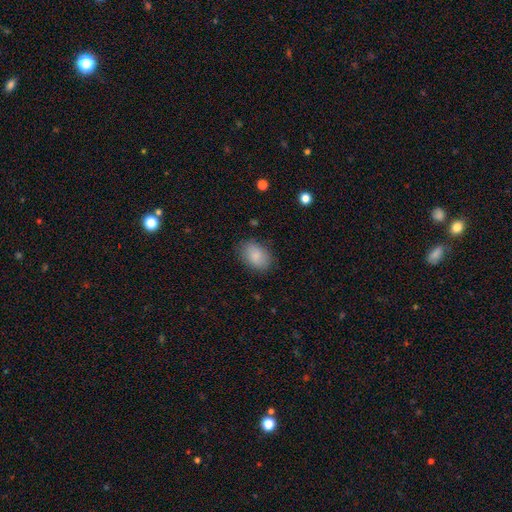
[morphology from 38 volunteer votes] Q: Smooth or featured?
A: smooth (95%); runner-up: star or artifact (5%)
Q: How rounded?
A: in between (86%); runner-up: round (14%)
Q: Merging?
A: none (89%); runner-up: minor disturbance (11%)